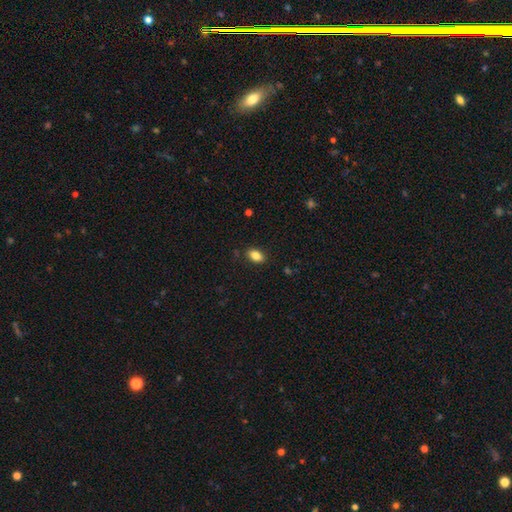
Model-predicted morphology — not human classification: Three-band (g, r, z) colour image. It shows a smooth galaxy with no disk features (85%) that is in between round and cigar-shaped (88%). Merging: none (87%).